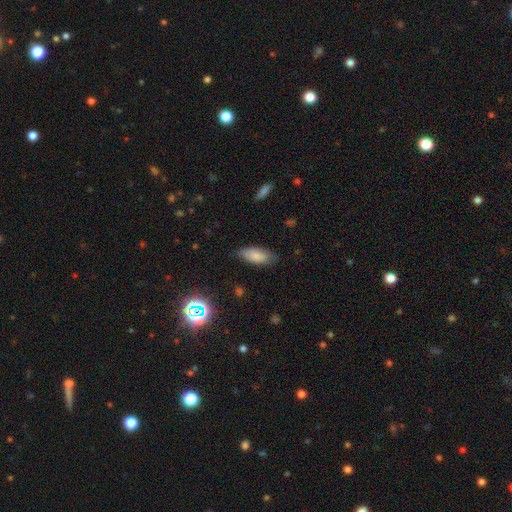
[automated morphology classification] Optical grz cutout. It shows a smooth galaxy with no disk features (82%) that is in between round and cigar-shaped (83%). Merging: none (78%).